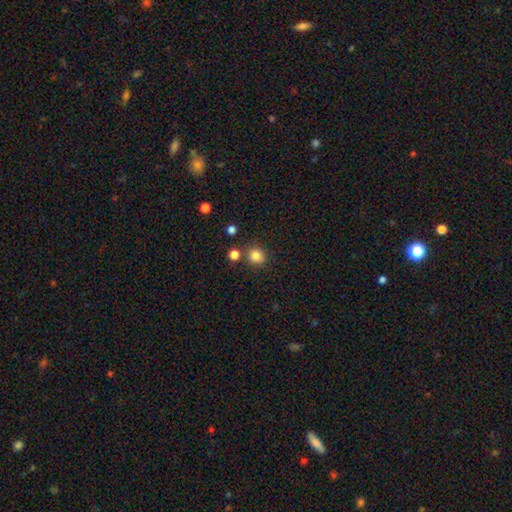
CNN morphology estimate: A smooth galaxy with no disk features (83%) that is round (80%). Merging: none (77%).